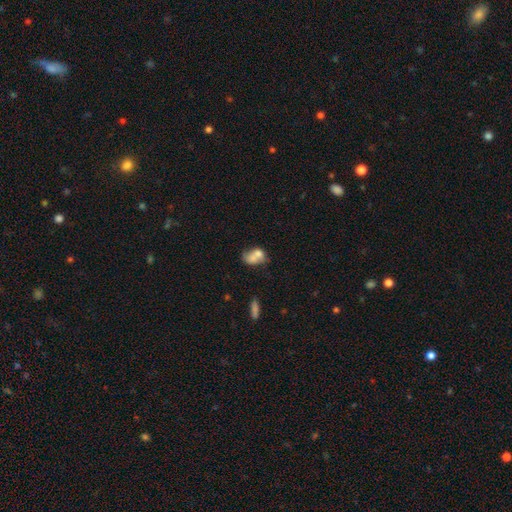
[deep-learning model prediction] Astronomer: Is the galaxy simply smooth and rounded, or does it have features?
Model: smooth — 65%.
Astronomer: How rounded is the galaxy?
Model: in between — 76%.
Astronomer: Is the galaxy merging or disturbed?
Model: merger — 47% (runner-up: none, 27%).